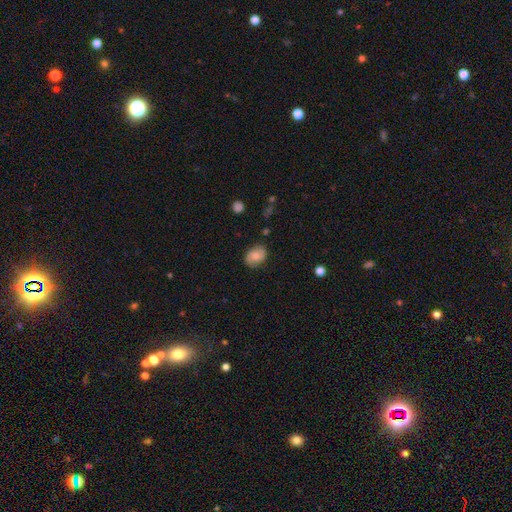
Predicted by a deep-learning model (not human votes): Morphology: type=smooth (54%); roundness=in between (65%); merging=none (80%).